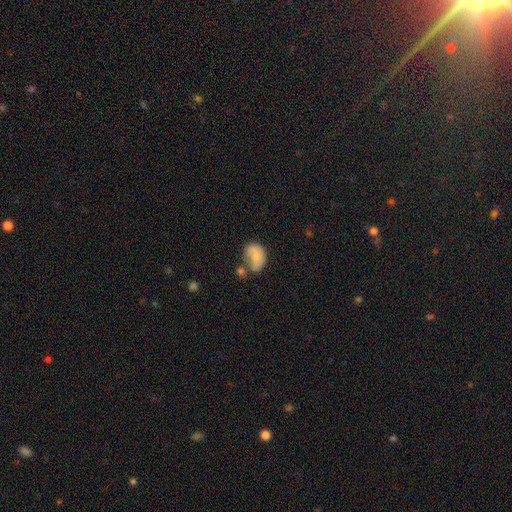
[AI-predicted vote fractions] smooth 70%, featured or disk 21%, star or artifact 9%. Down the decision tree: how rounded — in between (73%); merging — none (30%).